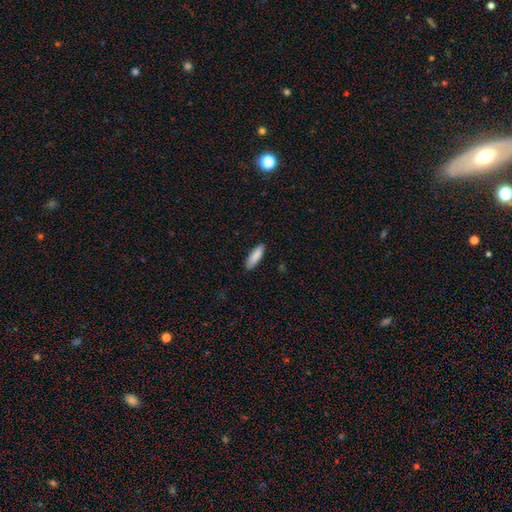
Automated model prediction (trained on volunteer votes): smooth_or_featured: smooth (p=0.89) [alt: featured or disk p=0.06]
how_rounded: in between (p=0.50) [alt: cigar-shaped p=0.49]
merging: none (p=0.88) [alt: minor disturbance p=0.09]